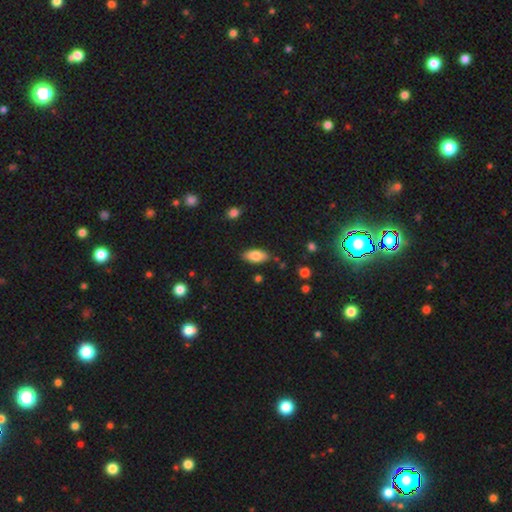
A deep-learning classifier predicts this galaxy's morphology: Smooth or featured: smooth — 79% (featured or disk — 14%)
How rounded: in between — 87% (cigar-shaped — 11%)
Merging: none — 82% (minor disturbance — 13%)